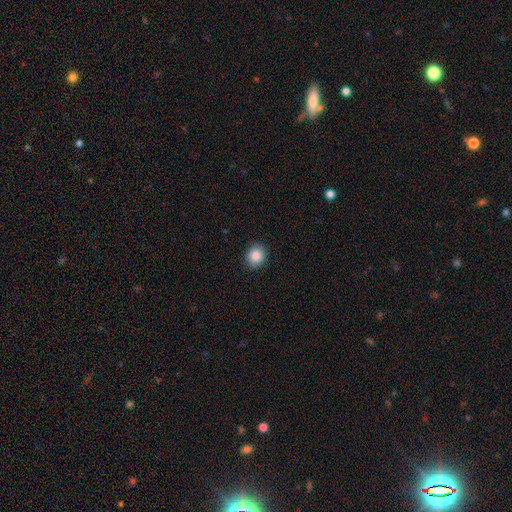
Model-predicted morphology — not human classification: Smooth or featured? Predicted: smooth (p=0.88). How rounded? Predicted: round (p=0.71). Merging? Predicted: none (p=0.89).